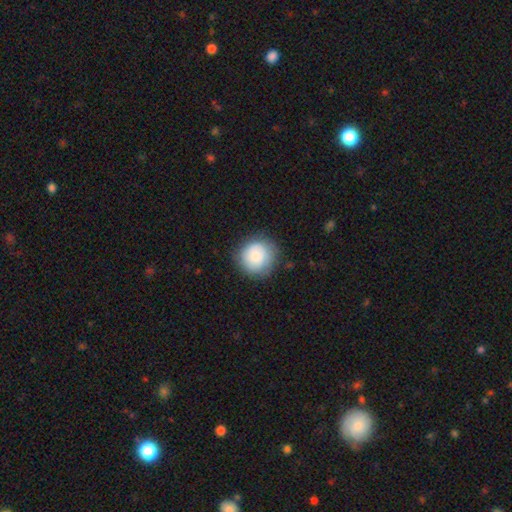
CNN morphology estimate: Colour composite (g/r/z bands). It shows a smooth galaxy with no disk features (77%) that is round (92%). Merging: none (81%).